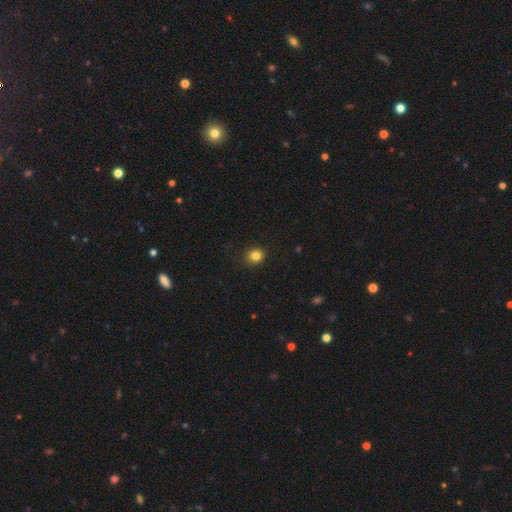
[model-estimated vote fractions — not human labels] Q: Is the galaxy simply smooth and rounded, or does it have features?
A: smooth — 83%.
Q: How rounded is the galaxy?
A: round — 87%.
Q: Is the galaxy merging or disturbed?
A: none — 91%.